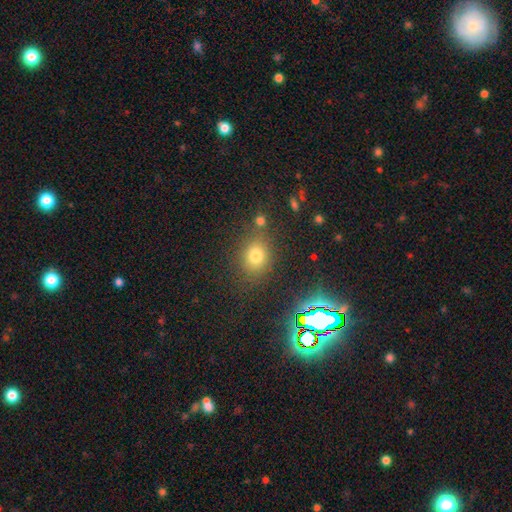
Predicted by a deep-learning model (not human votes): Morphology: type=smooth (72%); roundness=round (59%); merging=none (76%).